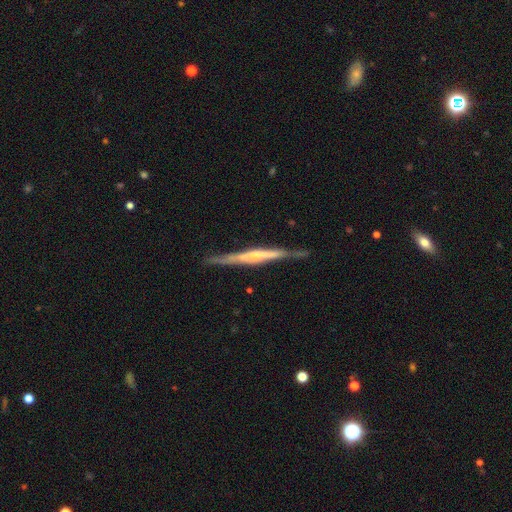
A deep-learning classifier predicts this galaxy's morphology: Smooth or featured? featured or disk (76%)
Edge-on disk? yes (97%)
Edge-on bulge? rounded (56%)
Merging? none (83%)